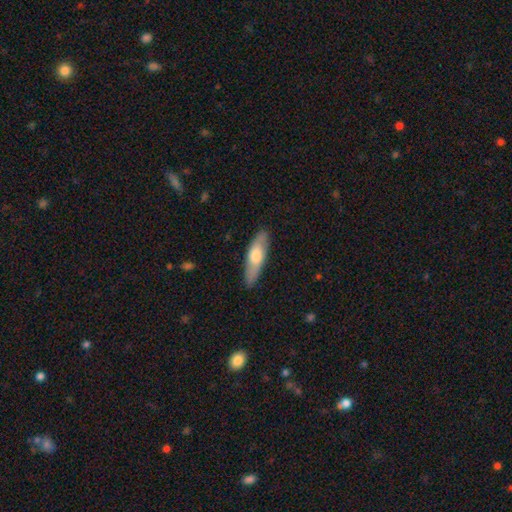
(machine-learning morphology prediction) Smooth or featured: smooth — 58% (featured or disk — 37%)
How rounded: cigar-shaped — 57% (in between — 41%)
Merging: none — 86% (minor disturbance — 11%)